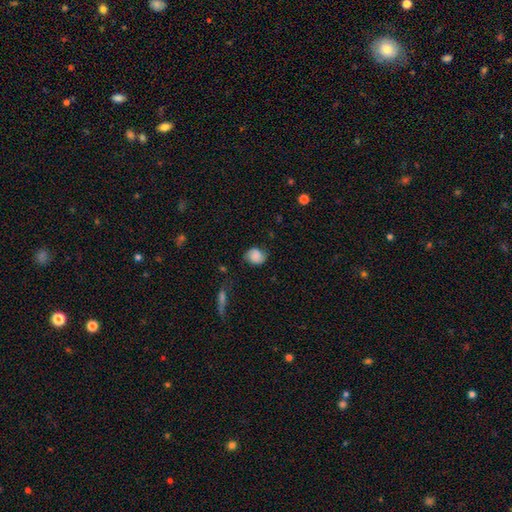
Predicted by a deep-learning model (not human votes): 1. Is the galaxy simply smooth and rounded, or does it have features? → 77% smooth, 14% featured or disk, 9% star or artifact.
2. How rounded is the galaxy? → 59% round, 40% in between, 1% cigar-shaped.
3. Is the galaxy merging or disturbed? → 69% none, 22% minor disturbance, 6% major disturbance, 2% merger.